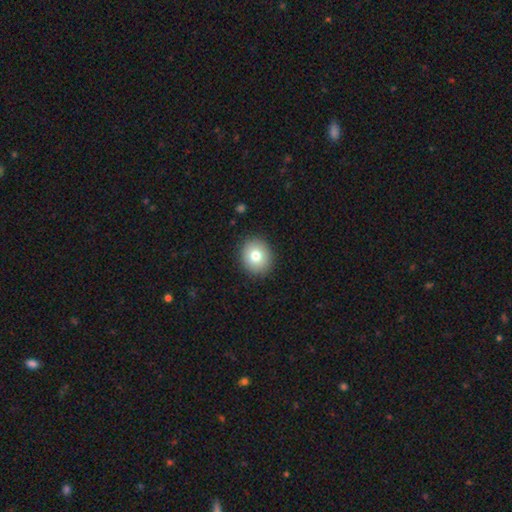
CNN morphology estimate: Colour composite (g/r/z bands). It shows a smooth galaxy with no disk features (77%) that is round (78%). Merging: none (91%).